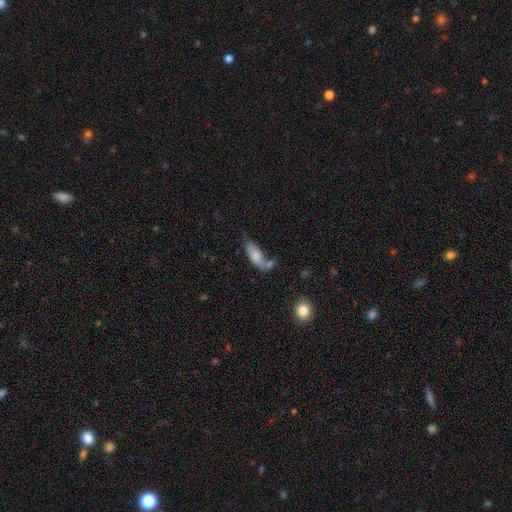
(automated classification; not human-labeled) The model was most divided on "merging": none: 39%, merger: 28%, minor disturbance: 22%, major disturbance: 11%. More confident: how rounded — in between (78%); smooth or featured — smooth (76%).